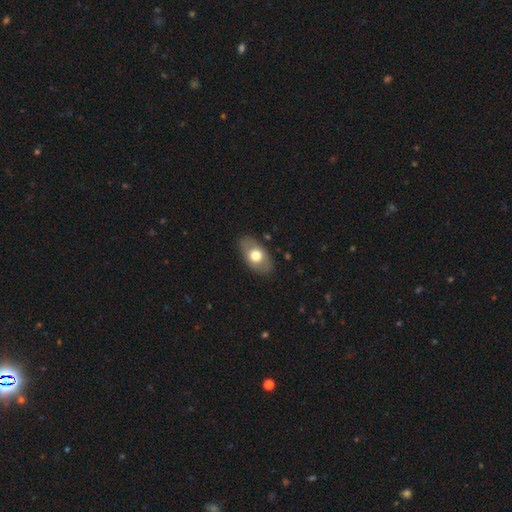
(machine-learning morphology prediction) A smooth galaxy with no disk features (64%) that is in between round and cigar-shaped (90%).

Vote fractions:
- Smooth or featured? smooth: 64% / featured or disk: 30% / star or artifact: 6%
- How rounded? in between: 90% / round: 8% / cigar-shaped: 2%
- Merging? none: 84% / minor disturbance: 12% / major disturbance: 3% / merger: 1%